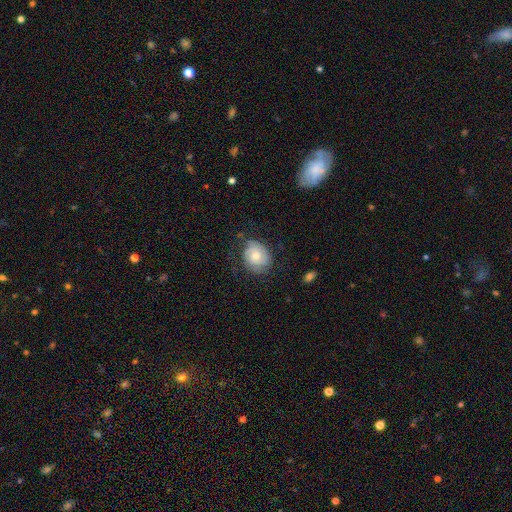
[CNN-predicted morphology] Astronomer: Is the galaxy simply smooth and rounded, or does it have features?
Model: featured or disk — 59%.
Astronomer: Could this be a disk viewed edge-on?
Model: no — 97%.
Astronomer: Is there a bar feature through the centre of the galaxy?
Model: no — 76%.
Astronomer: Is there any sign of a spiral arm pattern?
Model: yes — 86%.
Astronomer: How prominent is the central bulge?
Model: moderate — 54% (runner-up: small, 40%).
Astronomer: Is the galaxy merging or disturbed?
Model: none — 66%.